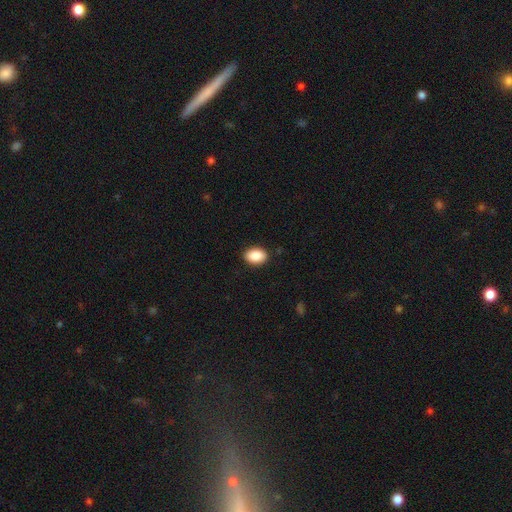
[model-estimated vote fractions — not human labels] This appears to be a smooth galaxy with no disk features (89%) that is in between round and cigar-shaped (84%). Merging: none (89%).